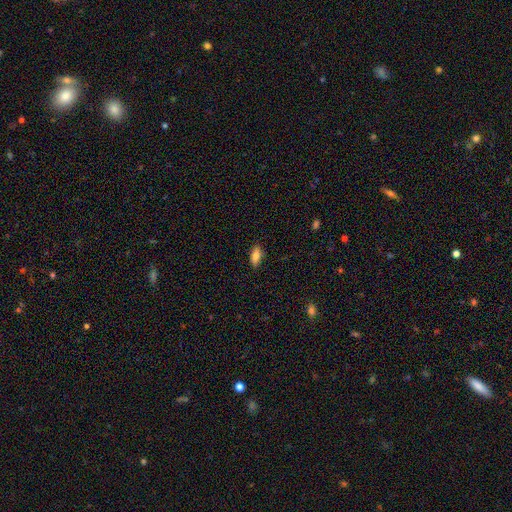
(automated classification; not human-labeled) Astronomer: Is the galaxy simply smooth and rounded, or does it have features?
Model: smooth — 83%.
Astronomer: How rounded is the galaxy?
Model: in between — 84%.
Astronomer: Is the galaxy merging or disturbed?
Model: none — 87%.